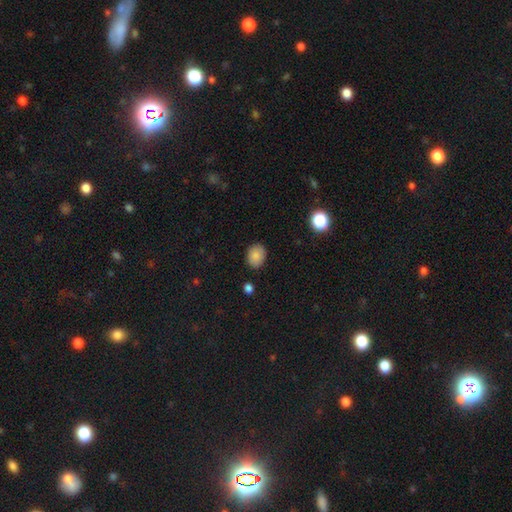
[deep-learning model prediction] Overall: smooth (86%). How rounded: in between (56%; round 43%). Merging: none (86%).